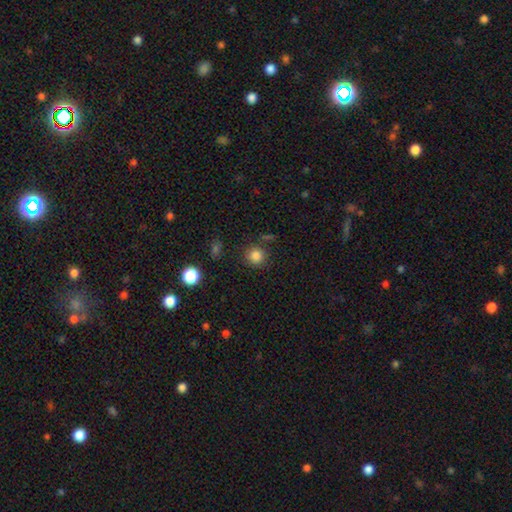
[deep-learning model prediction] smooth_or_featured: smooth (p=0.84) [alt: star or artifact p=0.12]
how_rounded: round (p=0.92) [alt: in between p=0.07]
merging: none (p=0.82) [alt: minor disturbance p=0.10]